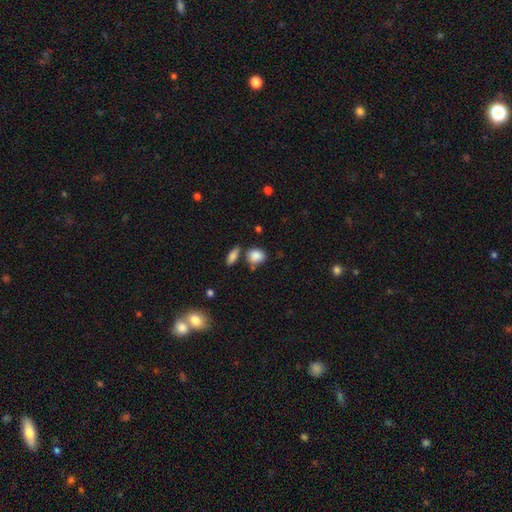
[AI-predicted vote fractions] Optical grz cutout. It shows a smooth galaxy with no disk features (86%) that is in between round and cigar-shaped (53%). Merging: none (62%).